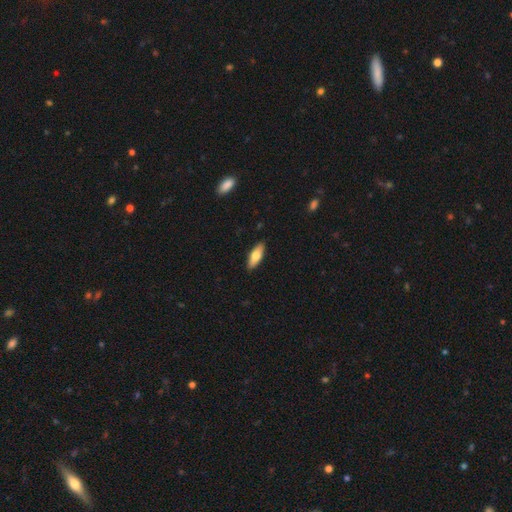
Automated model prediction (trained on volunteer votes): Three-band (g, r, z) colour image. It shows a smooth galaxy with no disk features (73%) that is in between round and cigar-shaped (66%). Merging: none (89%).